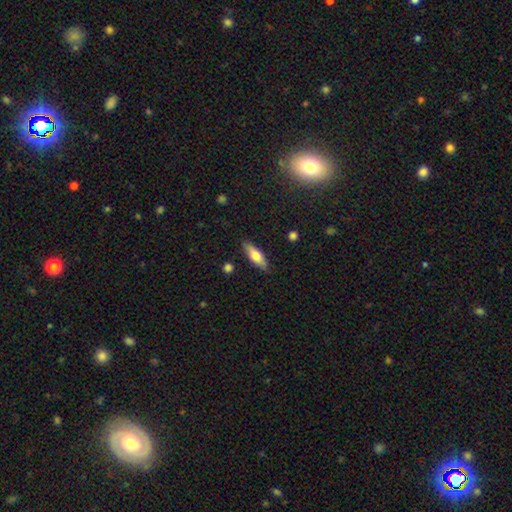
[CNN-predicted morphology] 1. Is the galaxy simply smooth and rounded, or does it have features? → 61% smooth, 33% featured or disk, 6% star or artifact.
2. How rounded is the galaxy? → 51% in between, 46% cigar-shaped, 3% round.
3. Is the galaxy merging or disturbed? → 86% none, 10% minor disturbance, 2% major disturbance, 2% merger.